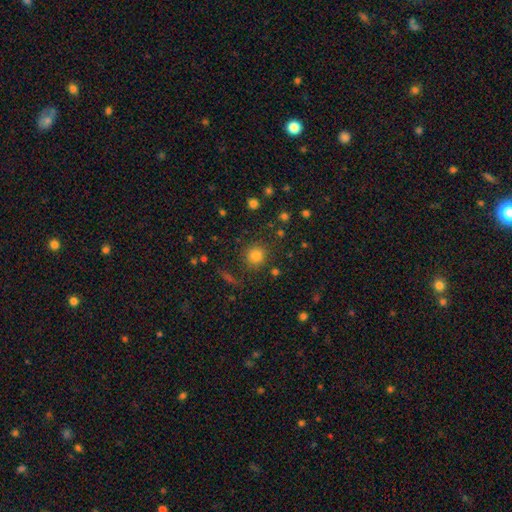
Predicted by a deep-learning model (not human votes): Q: Smooth or featured?
A: smooth (81%); runner-up: star or artifact (13%)
Q: How rounded?
A: round (91%); runner-up: in between (8%)
Q: Merging?
A: none (85%); runner-up: minor disturbance (9%)